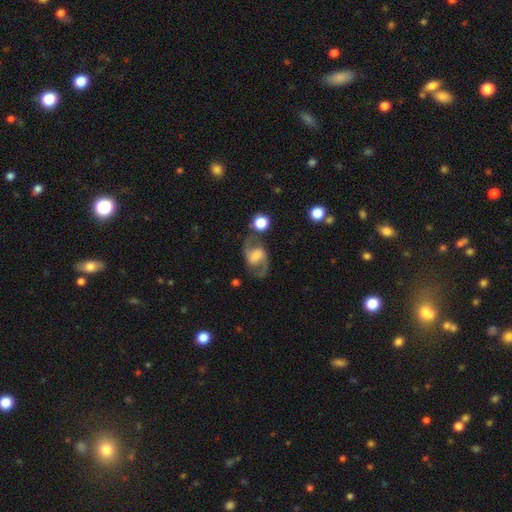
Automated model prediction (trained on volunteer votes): Morphology: type=featured or disk (79%); edge-on=no (97%); bar=weak (46%); spiral arms=yes (93%); winding=medium (50%); arm count=2 (92%); bulge=moderate (29%); merging=none (70%).